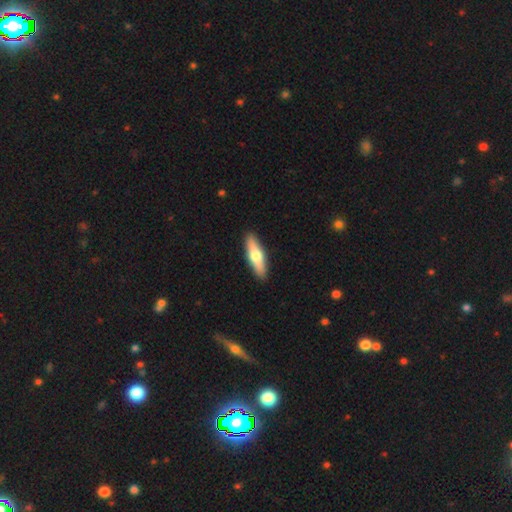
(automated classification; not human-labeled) Smooth or featured? smooth (54%)
How rounded? cigar-shaped (66%)
Merging? none (91%)